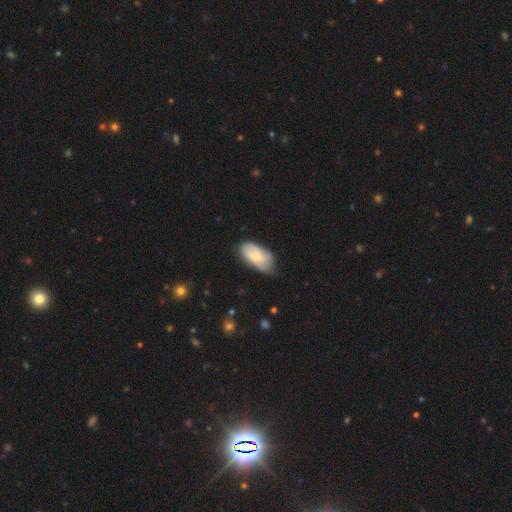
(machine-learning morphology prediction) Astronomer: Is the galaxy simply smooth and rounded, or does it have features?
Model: smooth — 62%.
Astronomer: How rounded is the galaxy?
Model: in between — 93%.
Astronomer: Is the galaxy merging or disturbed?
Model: none — 65%.